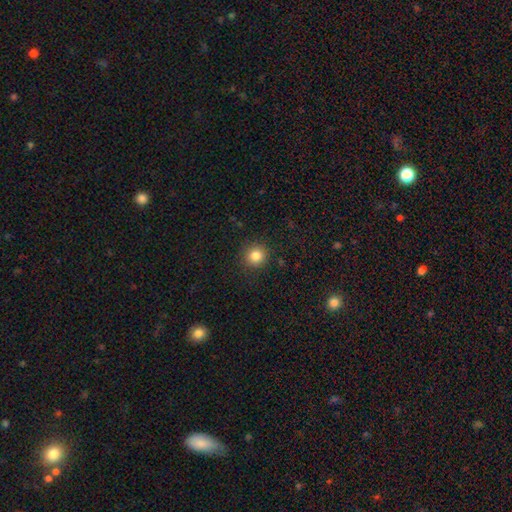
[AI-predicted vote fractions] Q: Smooth or featured?
A: smooth (84%); runner-up: star or artifact (11%)
Q: How rounded?
A: round (92%); runner-up: in between (7%)
Q: Merging?
A: none (90%); runner-up: minor disturbance (7%)